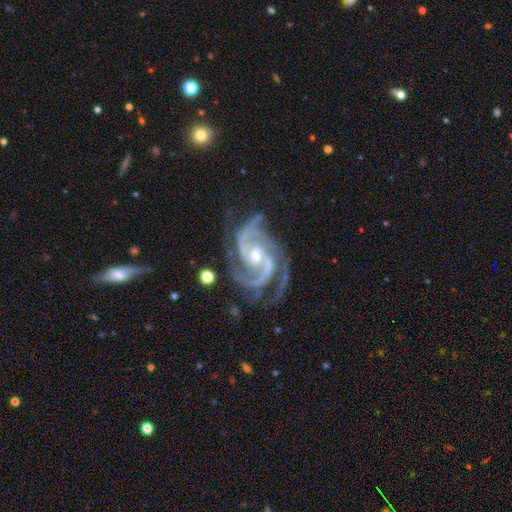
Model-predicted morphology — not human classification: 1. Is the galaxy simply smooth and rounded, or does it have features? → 94% featured or disk, 4% star or artifact, 2% smooth.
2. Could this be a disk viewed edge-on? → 98% no, 2% yes.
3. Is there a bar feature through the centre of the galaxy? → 46% no, 36% weak, 18% strong.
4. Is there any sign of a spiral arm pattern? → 99% yes, 1% no.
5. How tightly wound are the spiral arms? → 50% medium, 43% tight, 7% loose.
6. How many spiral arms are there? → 42% 3, 35% 2, 8% 4, 6% can't tell, 4% more than 4, 4% 1.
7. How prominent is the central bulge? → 55% moderate, 40% small, 2% large, 1% none, 1% dominant.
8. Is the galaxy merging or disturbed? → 64% none, 21% minor disturbance, 12% major disturbance, 2% merger.